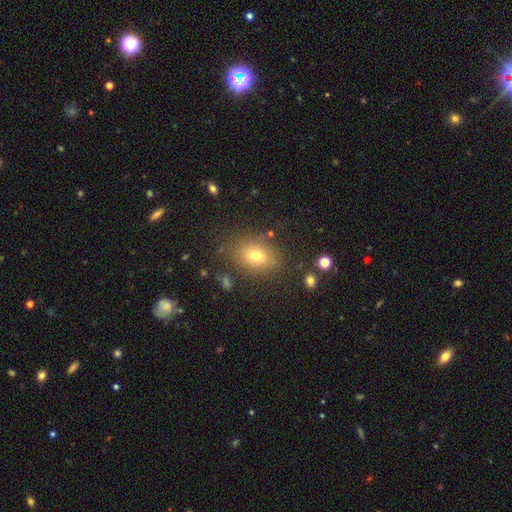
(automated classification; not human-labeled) Overall: smooth (72%). How rounded: in between (69%; round 29%). Merging: none (81%).